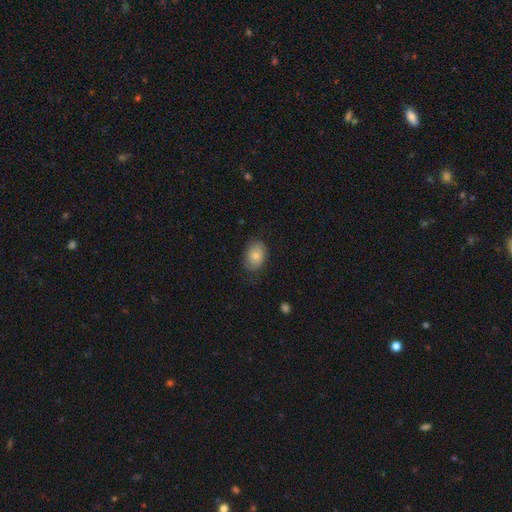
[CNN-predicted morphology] Smooth or featured? Predicted: smooth (p=0.77). How rounded? Predicted: in between (p=0.76). Merging? Predicted: none (p=0.73).